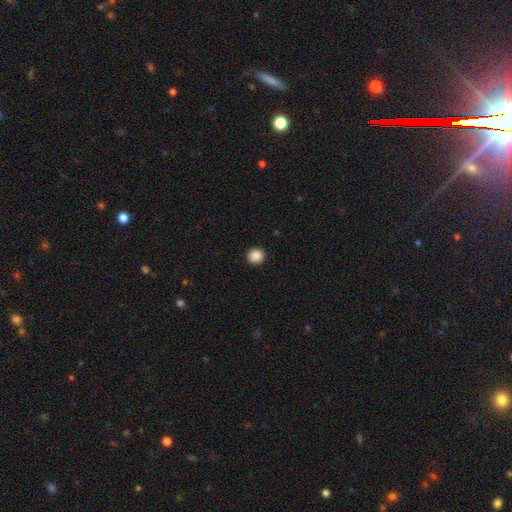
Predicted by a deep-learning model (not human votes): A smooth galaxy with no disk features (89%) that is round (90%). Merging: none (93%).